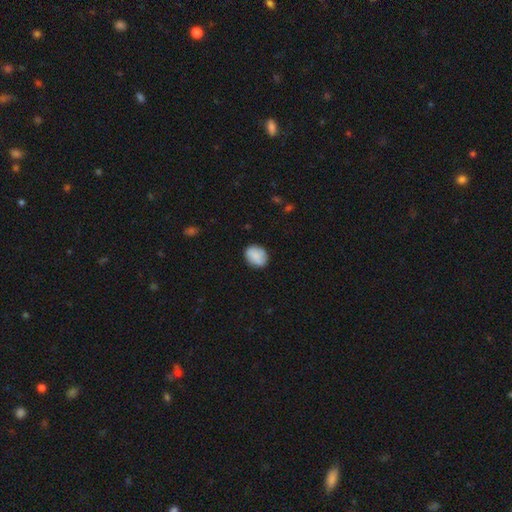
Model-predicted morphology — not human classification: smooth_or_featured: smooth (p=0.83) [alt: featured or disk p=0.10]
how_rounded: in between (p=0.59) [alt: round p=0.40]
merging: none (p=0.78) [alt: minor disturbance p=0.17]